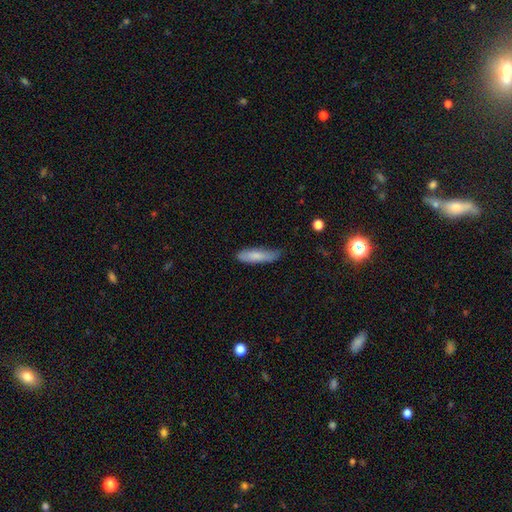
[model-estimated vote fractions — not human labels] Smooth or featured?
  - smooth: 80% *
  - featured or disk: 14%
  - star or artifact: 6%
How rounded?
  - cigar-shaped: 64% *
  - in between: 35%
  - round: 2%
Merging?
  - none: 64% *
  - minor disturbance: 30%
  - major disturbance: 5%
  - merger: 2%